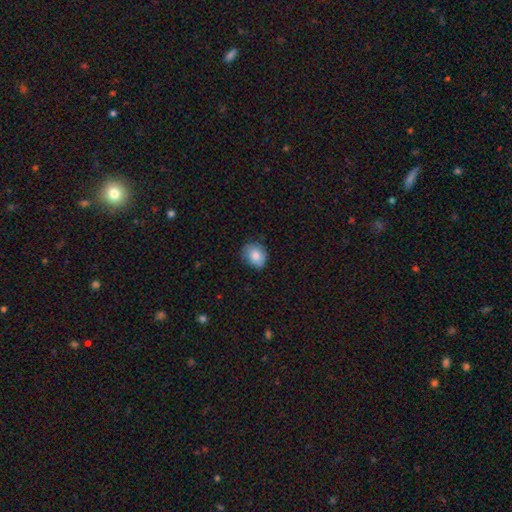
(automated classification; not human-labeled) A smooth galaxy with no disk features (83%) that is round (53%). Merging: none (75%).